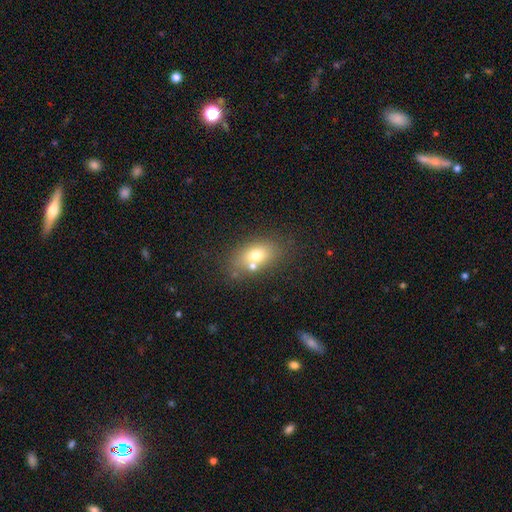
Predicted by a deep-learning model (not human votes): Morphology: type=smooth (69%); roundness=in between (80%); merging=none (59%).